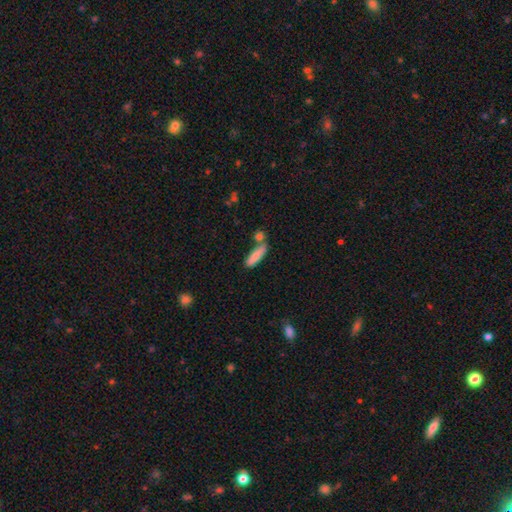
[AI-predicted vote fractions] Smooth or featured?
  - smooth: 81% *
  - featured or disk: 13%
  - star or artifact: 6%
How rounded?
  - cigar-shaped: 58% *
  - in between: 40%
  - round: 2%
Merging?
  - none: 64% *
  - merger: 17%
  - minor disturbance: 15%
  - major disturbance: 4%